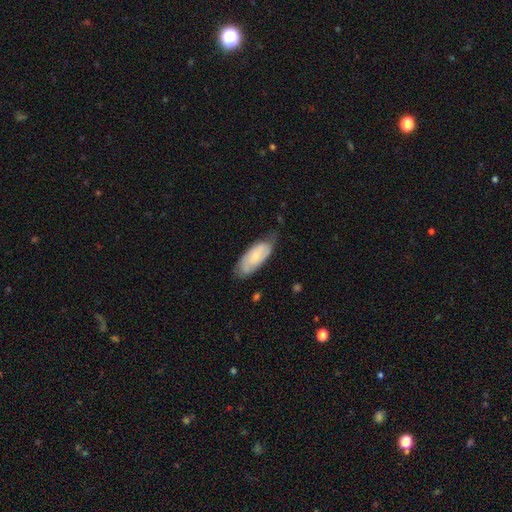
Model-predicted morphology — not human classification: smooth 51%, featured or disk 43%, star or artifact 6%. Down the decision tree: how rounded — in between (81%); merging — none (61%).